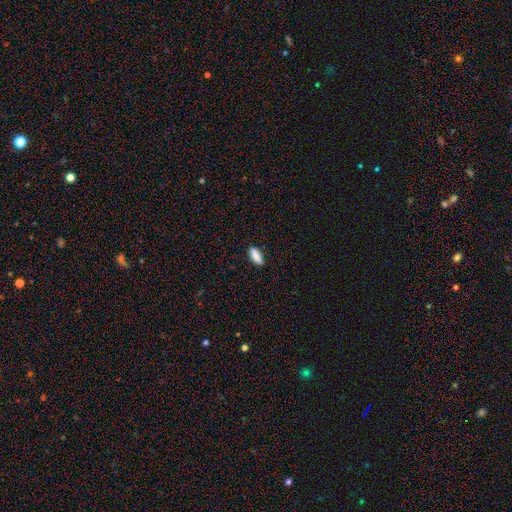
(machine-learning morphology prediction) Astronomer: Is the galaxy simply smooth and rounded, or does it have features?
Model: smooth — 88%.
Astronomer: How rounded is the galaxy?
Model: in between — 64%.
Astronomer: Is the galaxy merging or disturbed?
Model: none — 87%.